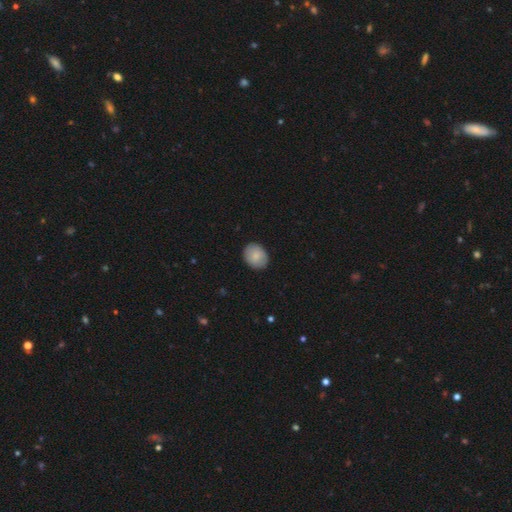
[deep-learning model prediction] Smooth or featured: smooth — 84% (featured or disk — 9%)
How rounded: round — 59% (in between — 40%)
Merging: none — 89% (minor disturbance — 8%)